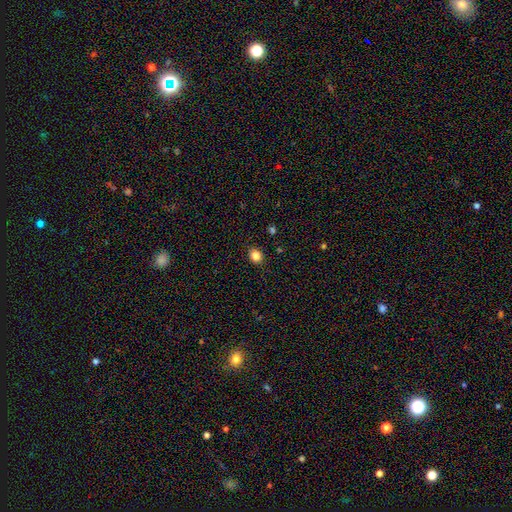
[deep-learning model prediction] This appears to be a smooth galaxy with no disk features (84%) that is round (71%). Merging: none (90%).